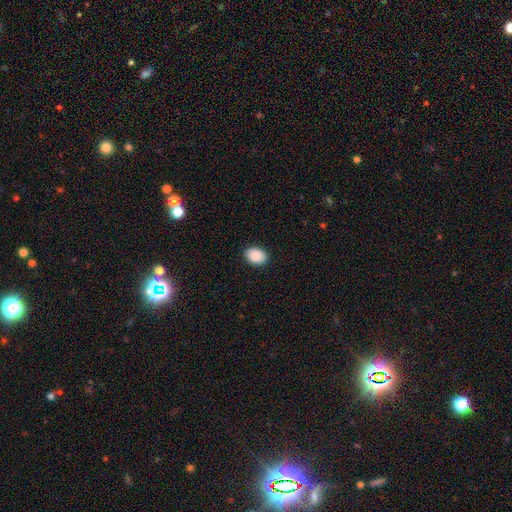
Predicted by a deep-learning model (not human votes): A smooth galaxy with no disk features (90%) that is in between round and cigar-shaped (73%).

Vote fractions:
- Smooth or featured? smooth: 90% / star or artifact: 7% / featured or disk: 2%
- How rounded? in between: 73% / round: 26% / cigar-shaped: 1%
- Merging? none: 90% / minor disturbance: 7% / major disturbance: 2% / merger: 1%